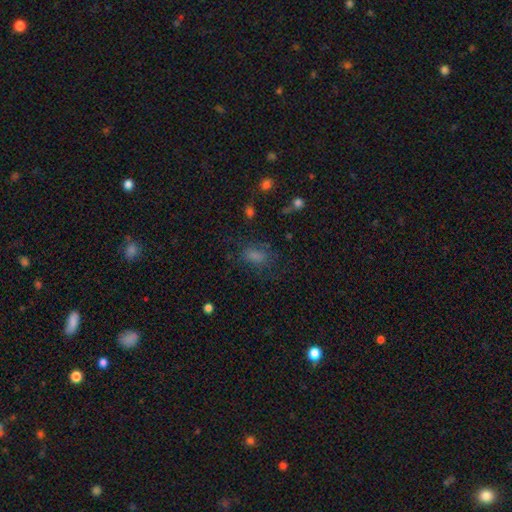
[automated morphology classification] Smooth or featured?
  - smooth: 71% *
  - star or artifact: 18%
  - featured or disk: 12%
How rounded?
  - in between: 80% *
  - round: 16%
  - cigar-shaped: 4%
Merging?
  - none: 62% *
  - minor disturbance: 20%
  - major disturbance: 15%
  - merger: 3%